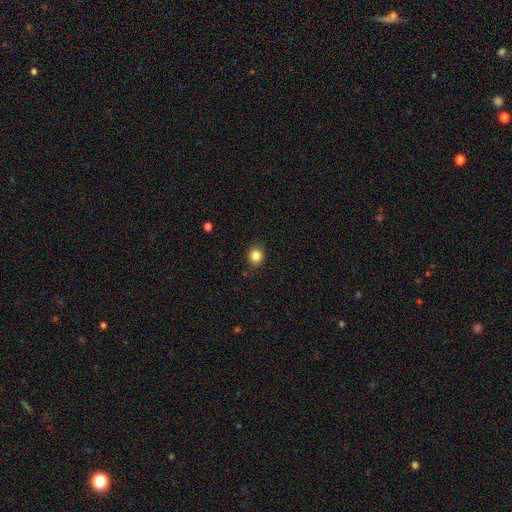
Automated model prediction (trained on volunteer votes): The model was most divided on "how rounded": round: 74%, in between: 25%, cigar-shaped: 1%. More confident: merging — none (88%); smooth or featured — smooth (85%).